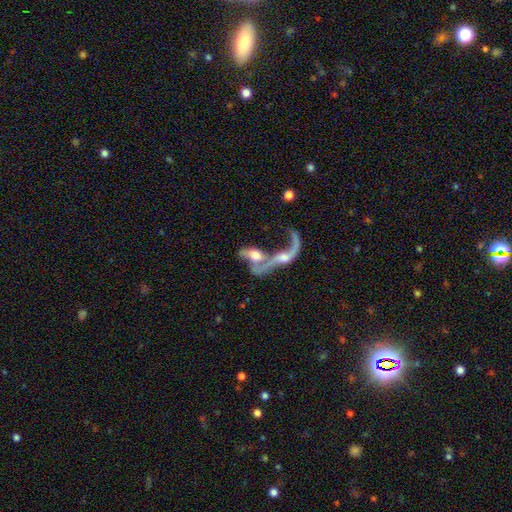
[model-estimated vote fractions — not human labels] Smooth or featured?
  - featured or disk: 62% *
  - smooth: 30%
  - star or artifact: 9%
Edge-on disk?
  - no: 87% *
  - yes: 13%
Bar?
  - no: 68% *
  - weak: 25%
  - strong: 8%
Spiral arms?
  - yes: 60% *
  - no: 40%
Bulge size?
  - moderate: 41% *
  - large: 24%
  - small: 18%
  - none: 14%
  - dominant: 4%
Merging?
  - merger: 76% *
  - major disturbance: 12%
  - none: 8%
  - minor disturbance: 4%